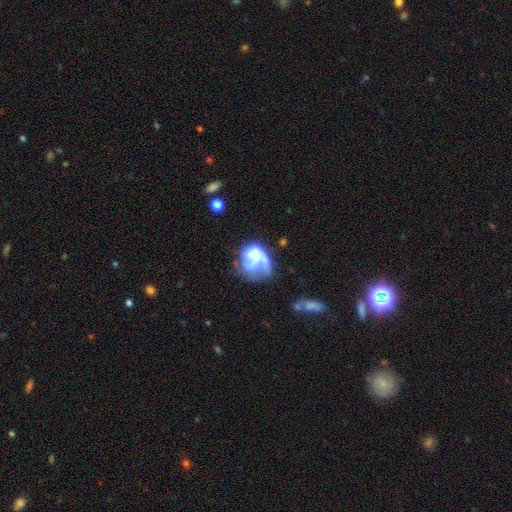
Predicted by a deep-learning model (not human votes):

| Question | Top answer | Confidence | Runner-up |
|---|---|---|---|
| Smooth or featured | featured or disk | 60% | smooth (31%) |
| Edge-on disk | no | 98% | yes (2%) |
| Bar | no | 78% | weak (18%) |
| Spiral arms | yes | 56% | no (44%) |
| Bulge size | none | 32% | moderate (26%) |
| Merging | major disturbance | 40% | none (27%) |